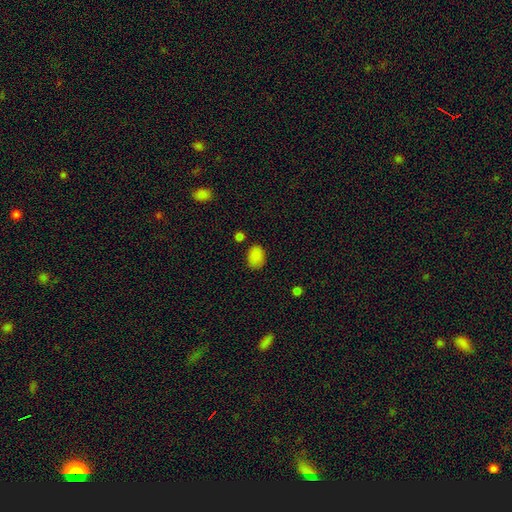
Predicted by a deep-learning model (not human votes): smooth_or_featured: smooth (p=0.87) [alt: star or artifact p=0.10]
how_rounded: in between (p=0.72) [alt: round p=0.27]
merging: none (p=0.80) [alt: minor disturbance p=0.14]